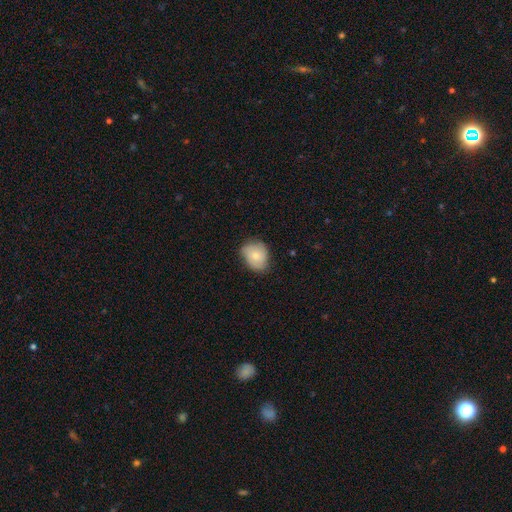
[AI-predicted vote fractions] This is likely a smooth galaxy (70%). How rounded: possibly in between (51%). Merging: likely none (65%).